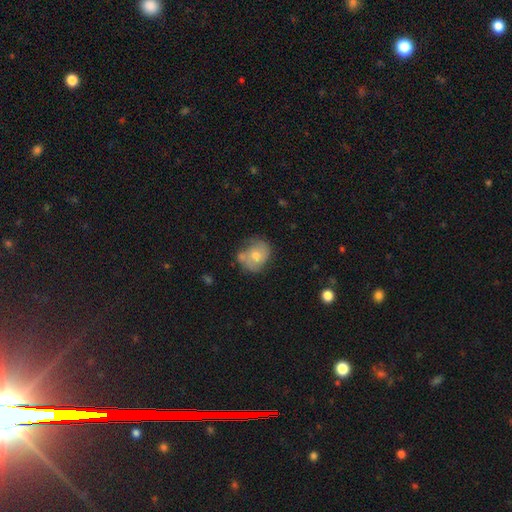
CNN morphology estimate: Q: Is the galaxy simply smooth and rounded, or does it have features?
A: smooth — 50%.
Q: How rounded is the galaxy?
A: round — 62%.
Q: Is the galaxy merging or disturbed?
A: none — 56%.